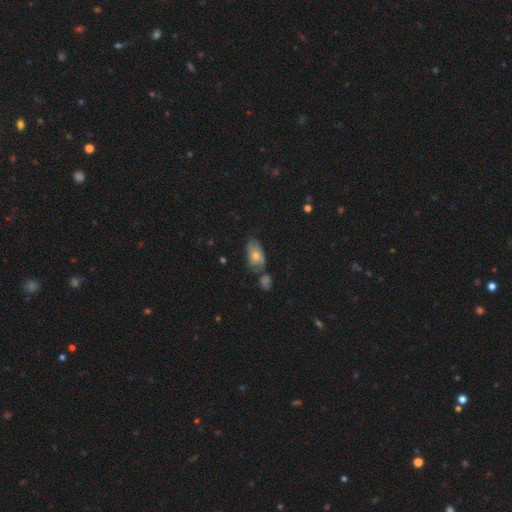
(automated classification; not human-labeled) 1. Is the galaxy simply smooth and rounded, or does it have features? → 55% smooth, 34% featured or disk, 11% star or artifact.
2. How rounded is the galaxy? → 89% in between, 7% round, 4% cigar-shaped.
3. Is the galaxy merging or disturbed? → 51% none, 23% minor disturbance, 18% merger, 8% major disturbance.